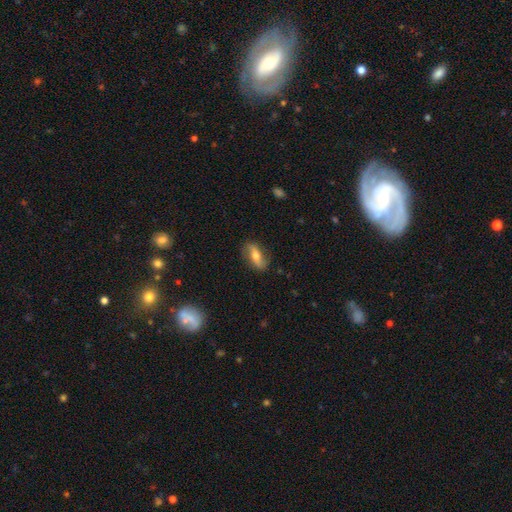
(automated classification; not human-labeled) Overall: featured or disk (59%; smooth 34%). Edge-on disk: no (84%). Merging: none (81%).